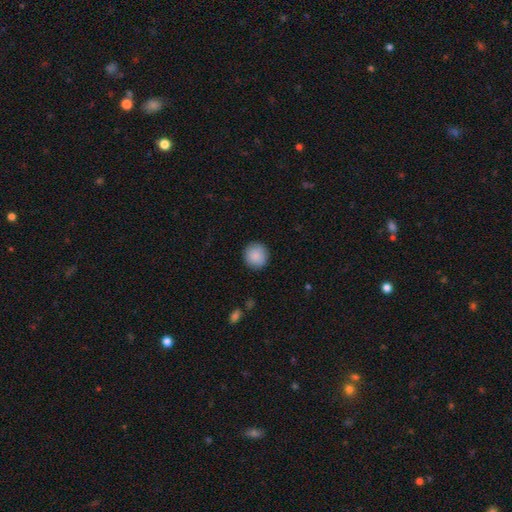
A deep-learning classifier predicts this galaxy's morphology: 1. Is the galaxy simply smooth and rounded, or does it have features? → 89% smooth, 7% star or artifact, 4% featured or disk.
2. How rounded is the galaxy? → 92% round, 7% in between, 1% cigar-shaped.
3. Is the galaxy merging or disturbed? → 90% none, 7% minor disturbance, 2% major disturbance, 1% merger.